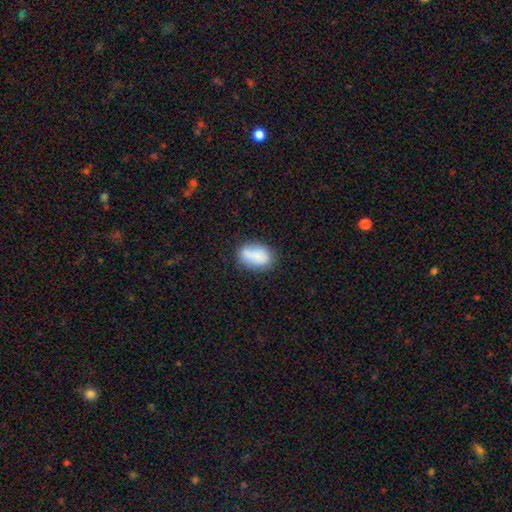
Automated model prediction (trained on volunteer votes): This is clearly a smooth galaxy (80%). How rounded: clearly in between (81%). Merging: likely none (64%).